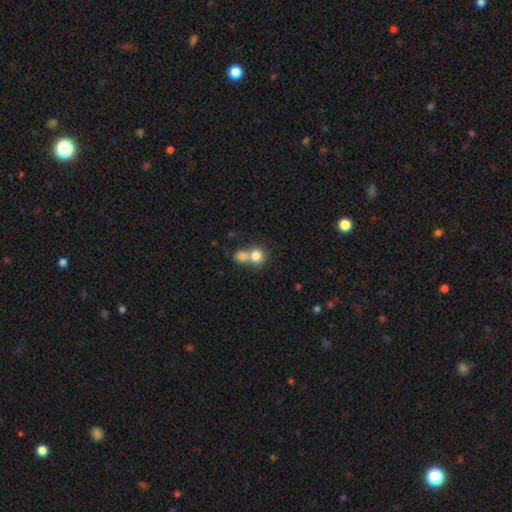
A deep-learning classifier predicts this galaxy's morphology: This is likely a smooth galaxy (79%). How rounded: likely round (79%). Merging: possibly merger (59%).